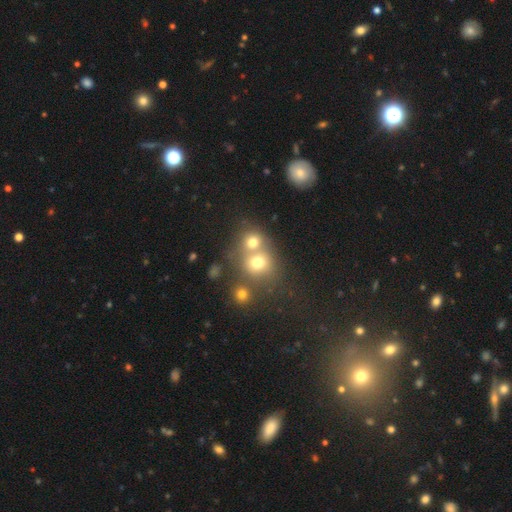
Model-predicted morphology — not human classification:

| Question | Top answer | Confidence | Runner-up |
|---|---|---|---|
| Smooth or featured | smooth | 58% | star or artifact (27%) |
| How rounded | round | 80% | in between (19%) |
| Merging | merger | 47% | none (41%) |